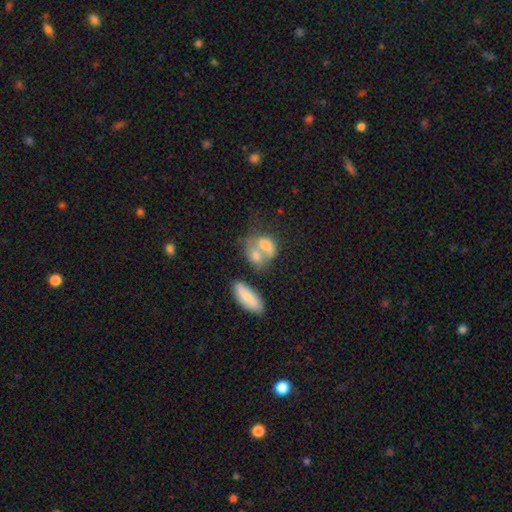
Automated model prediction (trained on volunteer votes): Morphology: type=smooth (64%); roundness=in between (70%); merging=merger (59%).